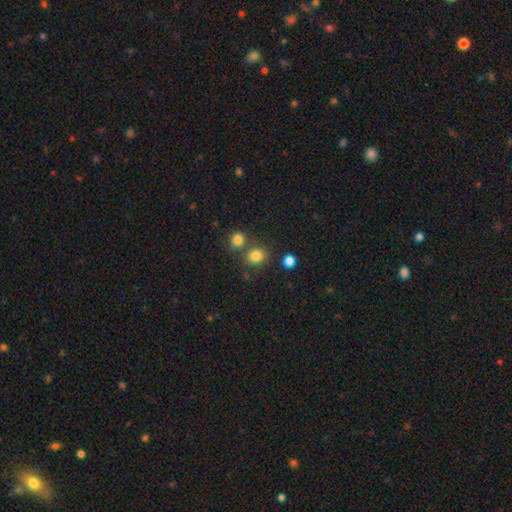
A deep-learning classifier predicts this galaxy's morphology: This appears to be a smooth galaxy with no disk features (82%) that is round (75%). Merging: none (68%).